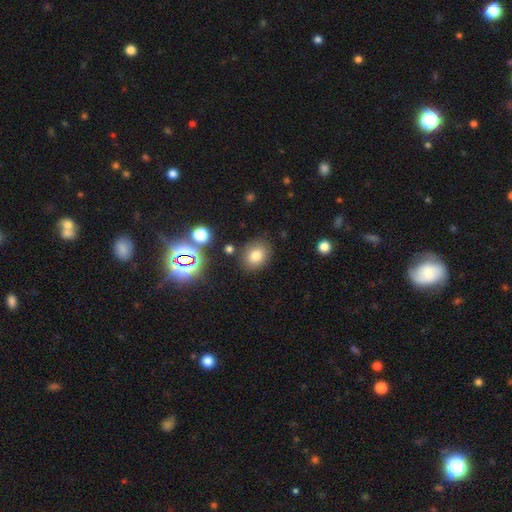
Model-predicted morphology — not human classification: A smooth galaxy with no disk features (77%) that is round (51%).

Vote fractions:
- Smooth or featured? smooth: 77% / star or artifact: 15% / featured or disk: 8%
- How rounded? round: 51% / in between: 47% / cigar-shaped: 1%
- Merging? none: 83% / minor disturbance: 10% / merger: 4% / major disturbance: 3%